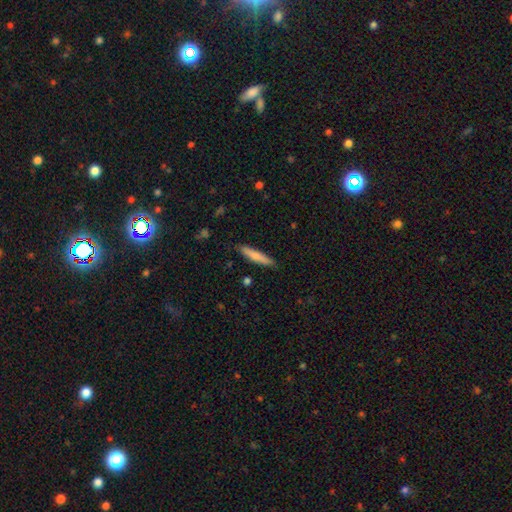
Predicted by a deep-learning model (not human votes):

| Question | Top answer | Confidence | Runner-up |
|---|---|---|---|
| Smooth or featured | smooth | 74% | featured or disk (20%) |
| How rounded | cigar-shaped | 90% | in between (9%) |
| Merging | none | 88% | minor disturbance (9%) |